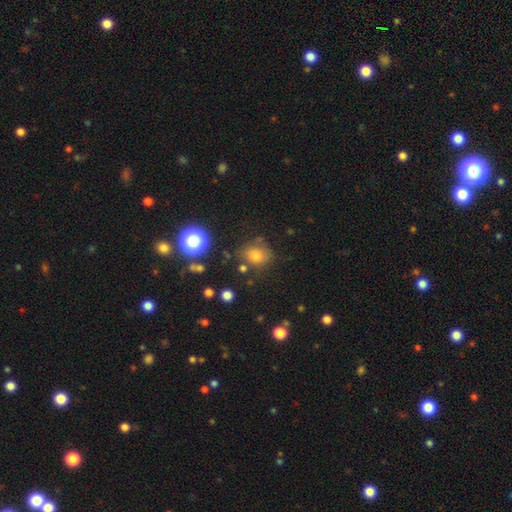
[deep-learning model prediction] Smooth or featured? smooth (73%)
How rounded? round (62%)
Merging? none (73%)